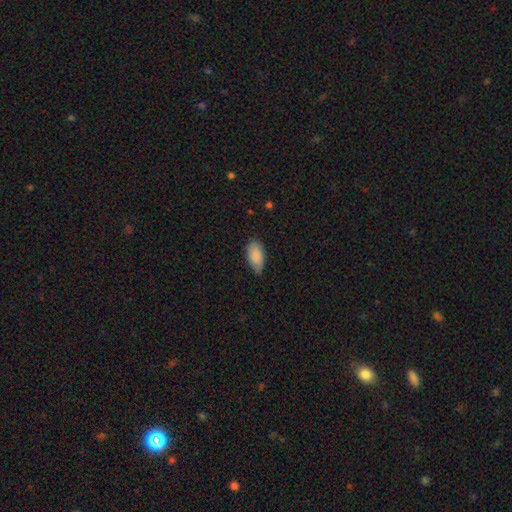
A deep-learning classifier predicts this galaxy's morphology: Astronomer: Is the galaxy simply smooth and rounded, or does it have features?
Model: smooth — 86%.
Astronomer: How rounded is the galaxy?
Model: in between — 94%.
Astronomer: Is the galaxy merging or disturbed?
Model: none — 62%.